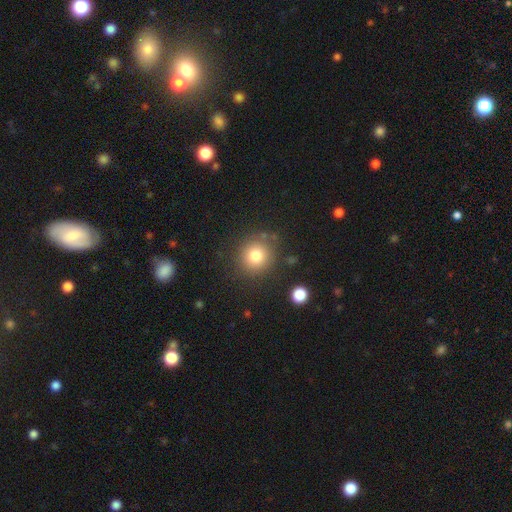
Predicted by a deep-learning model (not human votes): Smooth or featured? smooth (79%)
How rounded? round (90%)
Merging? none (83%)